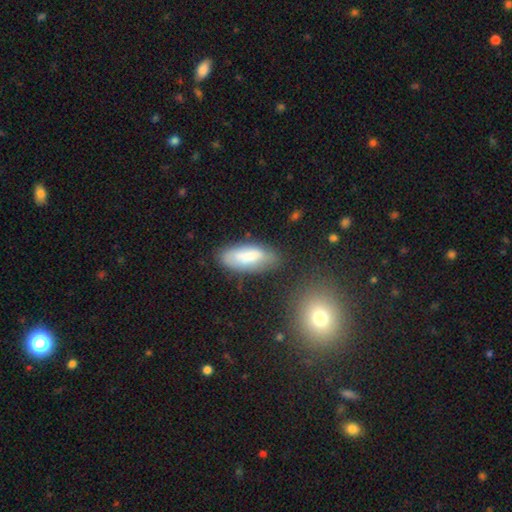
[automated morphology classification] Smooth or featured?
  - smooth: 68% *
  - featured or disk: 24%
  - star or artifact: 7%
How rounded?
  - in between: 80% *
  - cigar-shaped: 18%
  - round: 2%
Merging?
  - none: 65% *
  - minor disturbance: 22%
  - major disturbance: 8%
  - merger: 5%